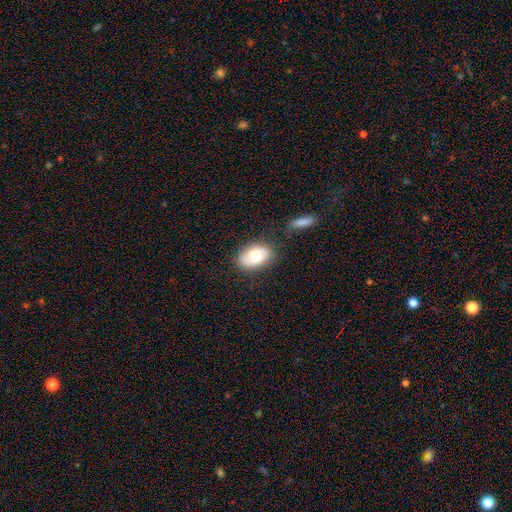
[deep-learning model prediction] Smooth or featured? Predicted: smooth (p=0.67). How rounded? Predicted: in between (p=0.86). Merging? Predicted: none (p=0.73).